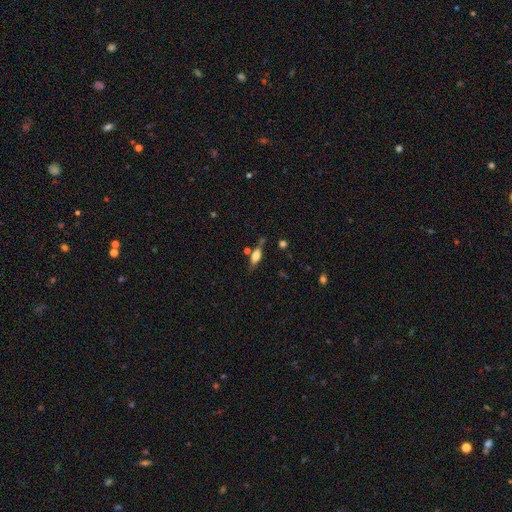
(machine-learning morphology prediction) A smooth galaxy with no disk features (54%) that is in between round and cigar-shaped (60%). Merging: none (65%).